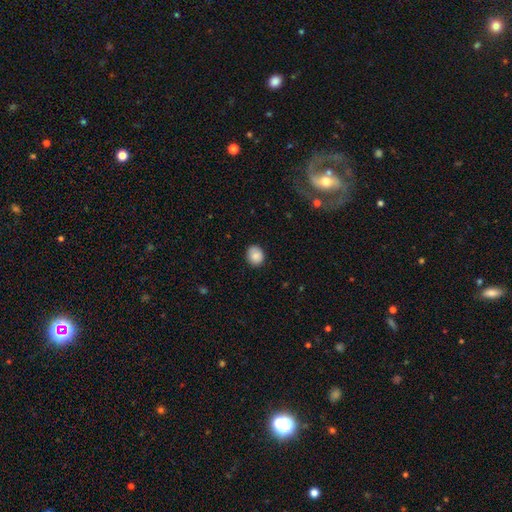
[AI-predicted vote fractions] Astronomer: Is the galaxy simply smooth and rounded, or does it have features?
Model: smooth — 88%.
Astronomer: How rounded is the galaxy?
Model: round — 77%.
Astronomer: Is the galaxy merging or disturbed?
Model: none — 87%.